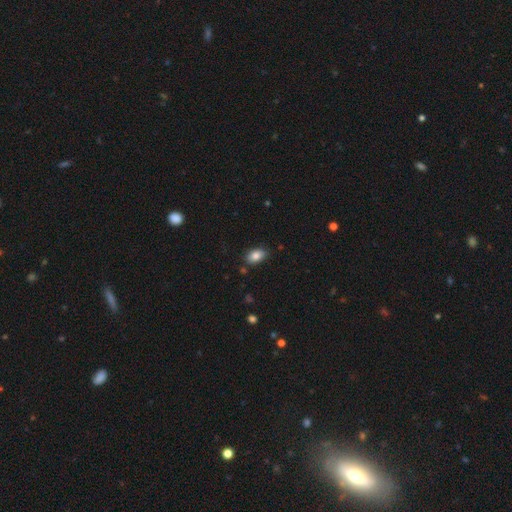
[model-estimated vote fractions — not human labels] Smooth or featured: smooth — 85% (star or artifact — 8%)
How rounded: in between — 88% (round — 10%)
Merging: none — 82% (minor disturbance — 13%)